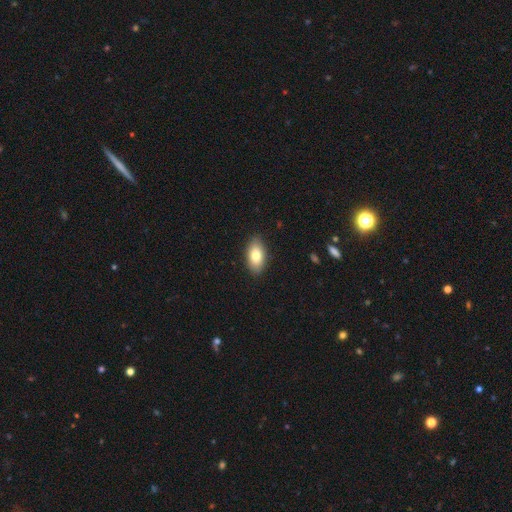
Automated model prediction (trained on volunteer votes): Morphology: type=smooth (79%); roundness=in between (92%); merging=none (88%).